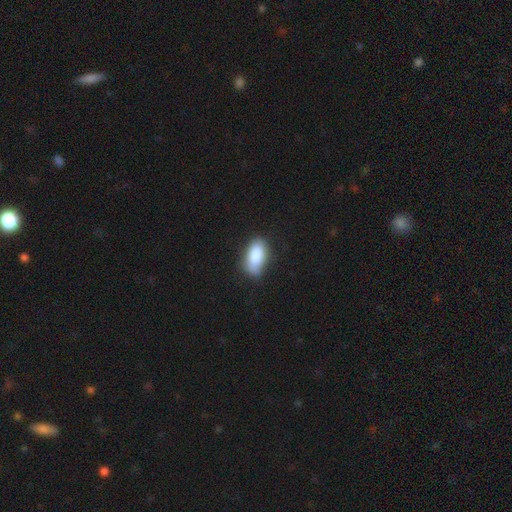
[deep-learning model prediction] This appears to be a smooth galaxy with no disk features (86%) that is in between round and cigar-shaped (91%). Merging: none (72%).